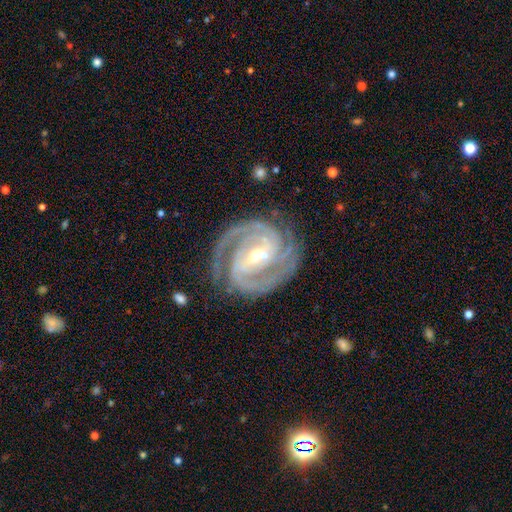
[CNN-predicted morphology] smooth-or-featured: featured or disk: 93% | star or artifact: 5% | smooth: 3%
  disk-edge-on: no: 98% | yes: 2%
    bar: strong: 46% | weak: 36% | no: 19%
    has-spiral-arms: yes: 99% | no: 1%
      spiral-winding: tight: 71% | medium: 27% | loose: 3%
      spiral-arm-count: 2: 57% | 3: 24% | 4: 6% | can't tell: 5% | more than 4: 3% | 1: 3%
    bulge-size: small: 64% | moderate: 32% | large: 1% | none: 1% | dominant: 1%
  merging: none: 77% | minor disturbance: 14% | major disturbance: 5% | merger: 4%